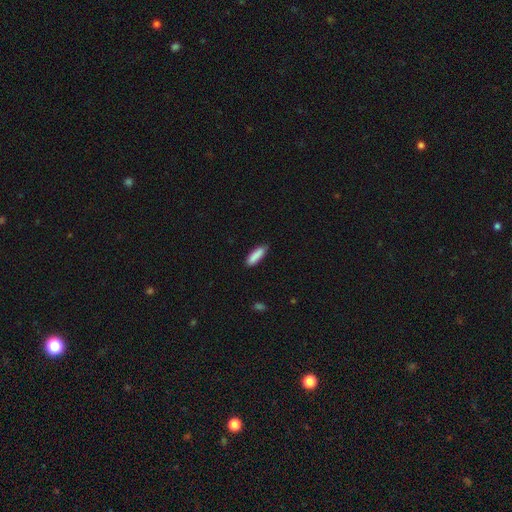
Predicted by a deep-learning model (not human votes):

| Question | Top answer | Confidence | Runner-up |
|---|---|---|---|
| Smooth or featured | smooth | 88% | star or artifact (6%) |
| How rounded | cigar-shaped | 56% | in between (43%) |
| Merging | none | 83% | minor disturbance (14%) |